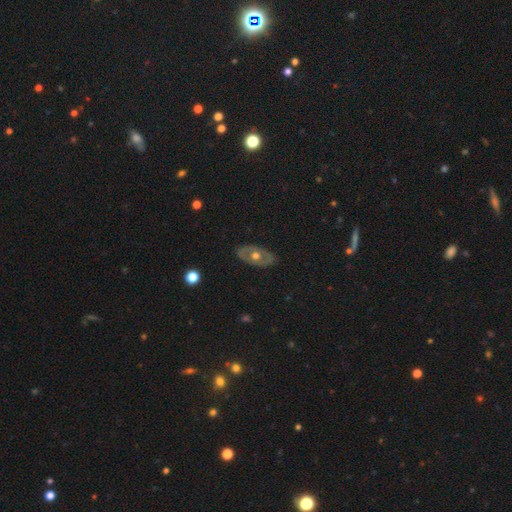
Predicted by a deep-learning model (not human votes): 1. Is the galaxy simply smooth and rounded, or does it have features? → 60% featured or disk, 34% smooth, 6% star or artifact.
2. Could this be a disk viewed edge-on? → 86% no, 14% yes.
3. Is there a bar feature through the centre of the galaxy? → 91% no, 7% weak, 2% strong.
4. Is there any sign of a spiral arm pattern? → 88% no, 12% yes.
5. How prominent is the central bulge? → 78% moderate, 12% large, 8% small, 1% none, 1% dominant.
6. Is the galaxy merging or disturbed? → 82% none, 14% minor disturbance, 3% major disturbance, 1% merger.